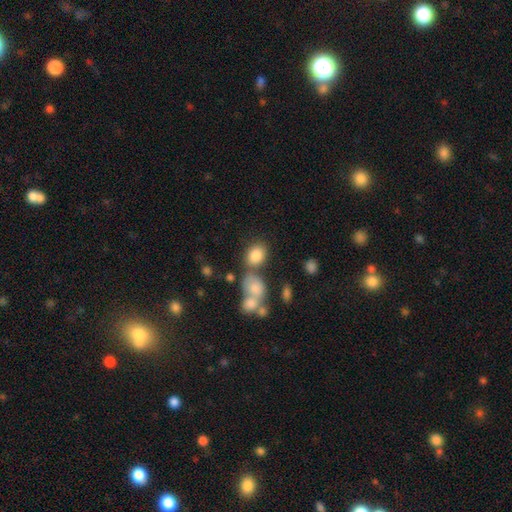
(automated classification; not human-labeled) Smooth or featured? smooth (82%)
How rounded? in between (55%)
Merging? none (57%)